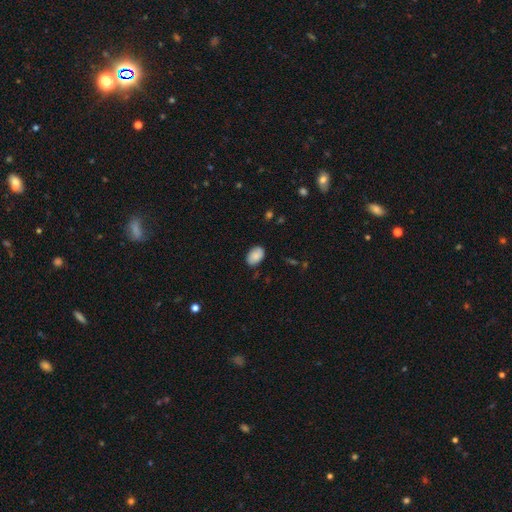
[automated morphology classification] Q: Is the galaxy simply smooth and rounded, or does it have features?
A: smooth — 86%.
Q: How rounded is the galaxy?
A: in between — 88%.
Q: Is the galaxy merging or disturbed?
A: none — 82%.